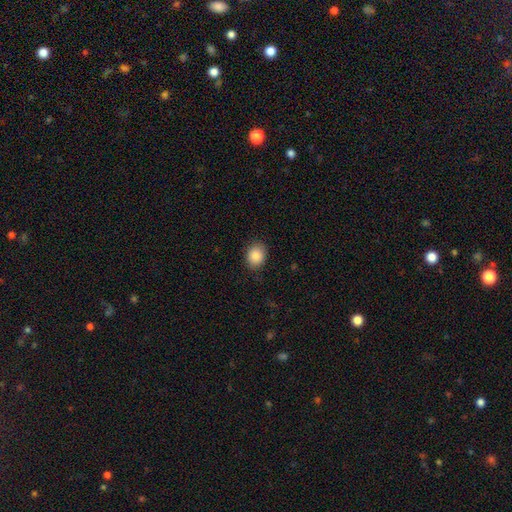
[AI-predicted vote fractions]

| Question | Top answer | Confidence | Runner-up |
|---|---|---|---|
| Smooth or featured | smooth | 88% | star or artifact (8%) |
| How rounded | round | 51% | in between (48%) |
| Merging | none | 85% | minor disturbance (11%) |